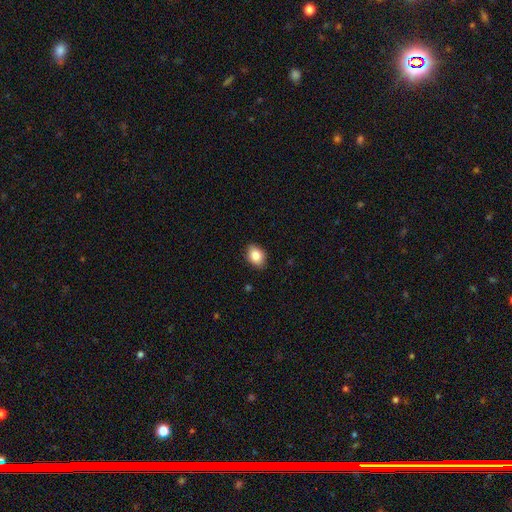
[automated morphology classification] smooth-or-featured: smooth: 85% | star or artifact: 8% | featured or disk: 7%
  how-rounded: in between: 74% | round: 25% | cigar-shaped: 1%
  merging: none: 87% | minor disturbance: 10% | major disturbance: 2% | merger: 1%